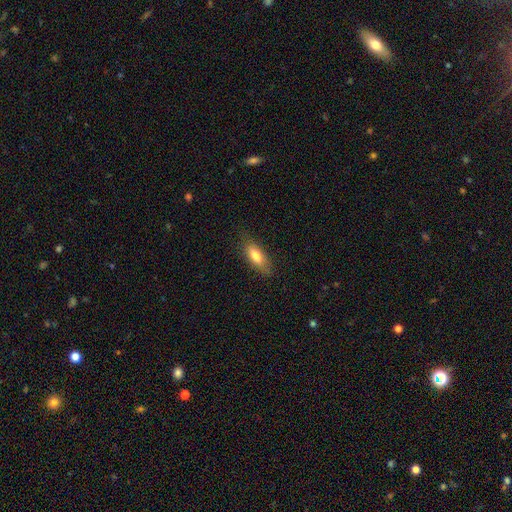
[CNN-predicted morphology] type=smooth (76%); roundness=in between (67%); merging=none (79%).